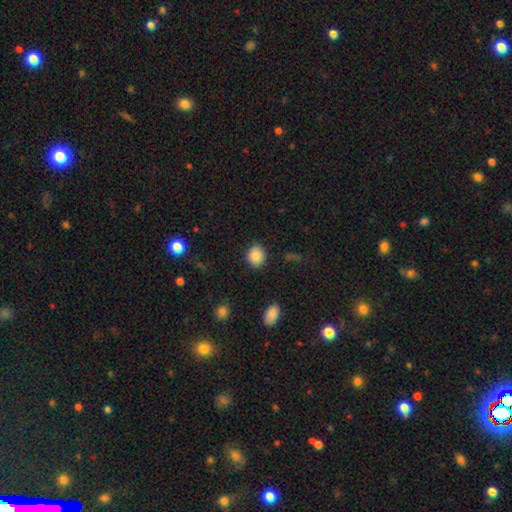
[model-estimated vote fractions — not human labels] smooth 85%, star or artifact 9%, featured or disk 6%. Down the decision tree: how rounded — round (76%); merging — none (87%).